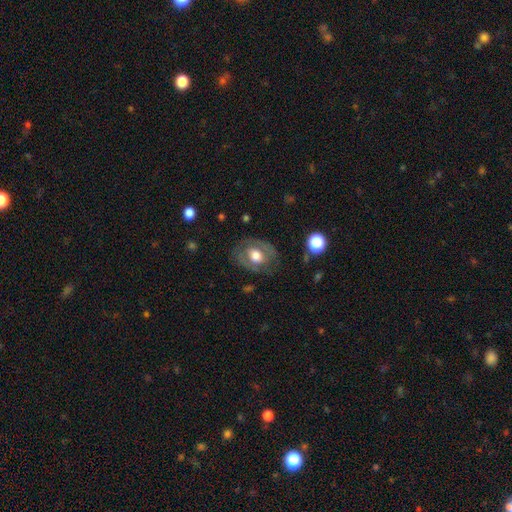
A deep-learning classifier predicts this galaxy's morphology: type=smooth (48%); merging=none (71%).